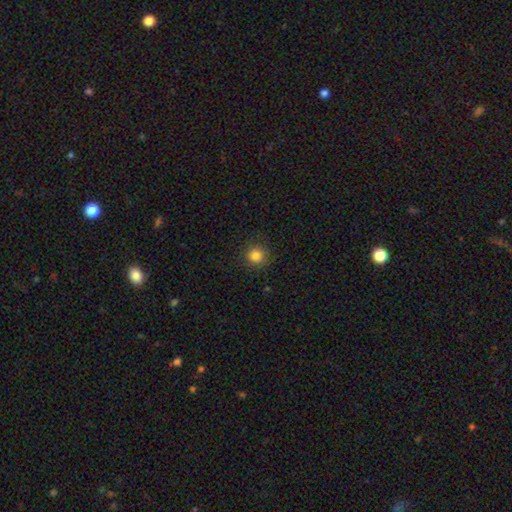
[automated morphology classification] Smooth or featured?
  - smooth: 84% *
  - star or artifact: 12%
  - featured or disk: 4%
How rounded?
  - round: 94% *
  - in between: 5%
  - cigar-shaped: 1%
Merging?
  - none: 89% *
  - minor disturbance: 7%
  - major disturbance: 3%
  - merger: 1%